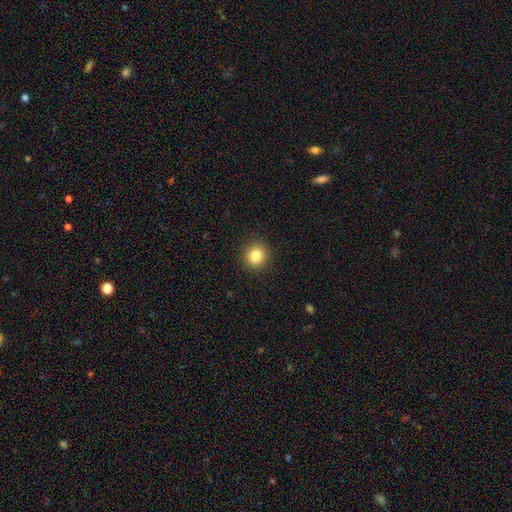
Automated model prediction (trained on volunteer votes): Smooth or featured?
  - smooth: 83% *
  - star or artifact: 11%
  - featured or disk: 6%
How rounded?
  - round: 92% *
  - in between: 7%
  - cigar-shaped: 1%
Merging?
  - none: 92% *
  - minor disturbance: 5%
  - major disturbance: 2%
  - merger: 1%